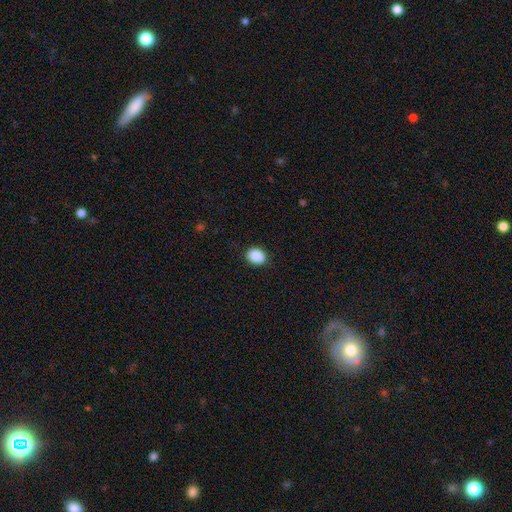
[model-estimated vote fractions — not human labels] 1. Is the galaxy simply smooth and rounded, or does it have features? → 89% smooth, 8% star or artifact, 3% featured or disk.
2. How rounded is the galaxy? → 51% in between, 48% round, 1% cigar-shaped.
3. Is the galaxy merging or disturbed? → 89% none, 8% minor disturbance, 2% major disturbance, 1% merger.